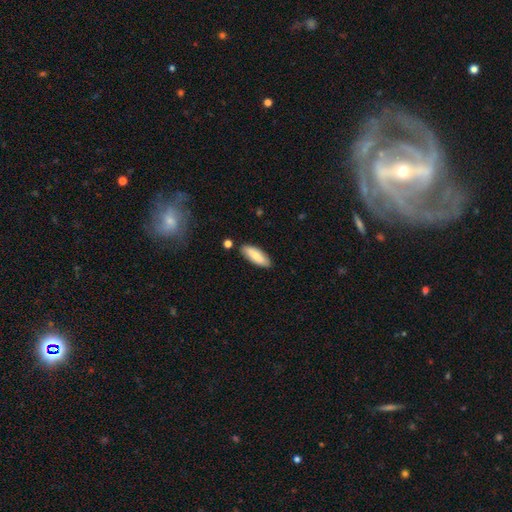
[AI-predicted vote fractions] The model was most divided on "how rounded": in between: 67%, cigar-shaped: 32%, round: 2%. More confident: merging — none (85%); smooth or featured — smooth (77%).